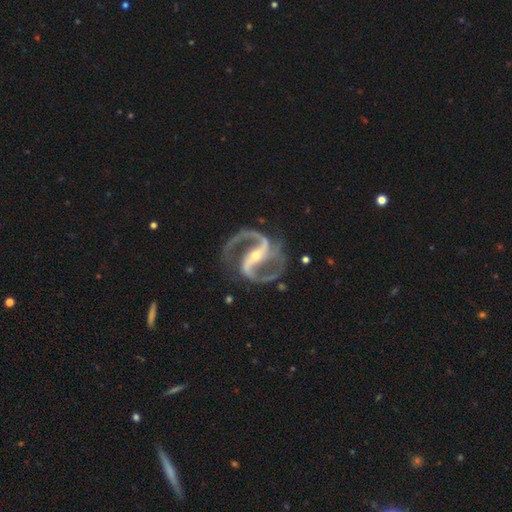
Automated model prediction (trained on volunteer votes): A featured or disk galaxy (94%) with a strong bar (69%), 2 (93%) medium (66%) spiral arms (99%) and a small central bulge (63%). Merging: none (78%).